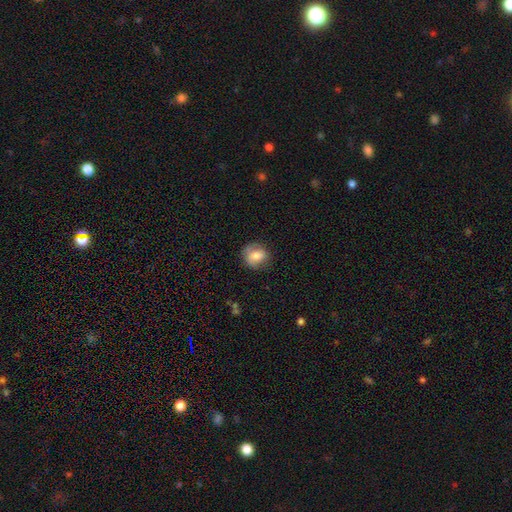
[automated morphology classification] Smooth or featured?
  - smooth: 74% *
  - featured or disk: 17%
  - star or artifact: 8%
How rounded?
  - round: 69% *
  - in between: 29%
  - cigar-shaped: 1%
Merging?
  - none: 72% *
  - minor disturbance: 20%
  - major disturbance: 7%
  - merger: 1%